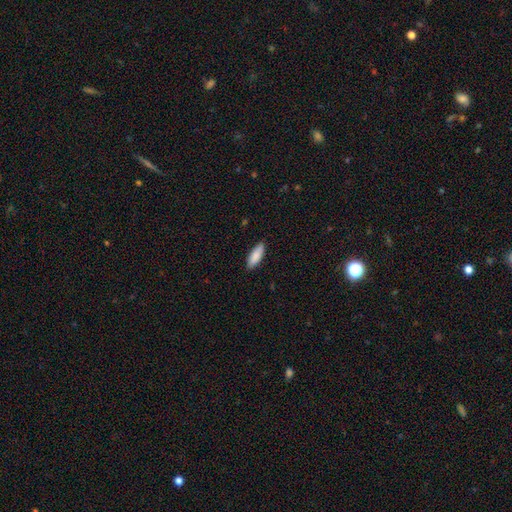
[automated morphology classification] Smooth or featured? Predicted: smooth (p=0.88). How rounded? Predicted: in between (p=0.65). Merging? Predicted: none (p=0.87).